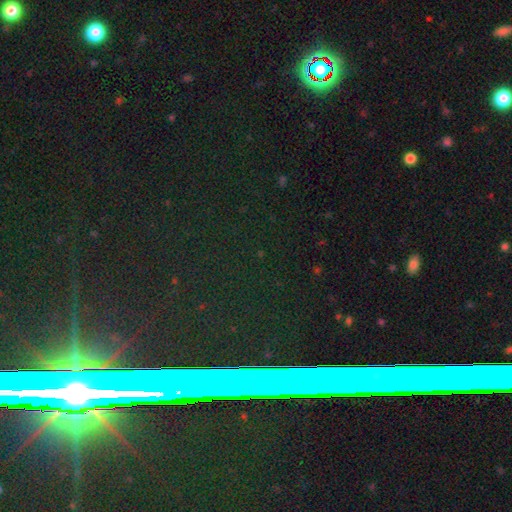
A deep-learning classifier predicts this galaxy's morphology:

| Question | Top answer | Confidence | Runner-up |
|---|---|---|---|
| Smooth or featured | star or artifact | 74% | featured or disk (15%) |